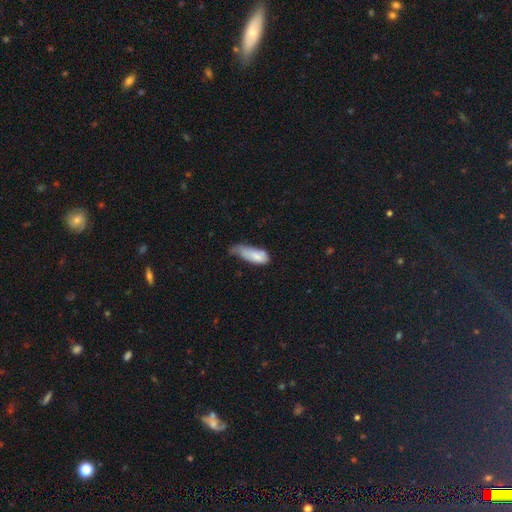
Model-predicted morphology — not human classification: Overall: smooth (79%). How rounded: in between (75%). Merging: minor disturbance (45%; major disturbance 29%).